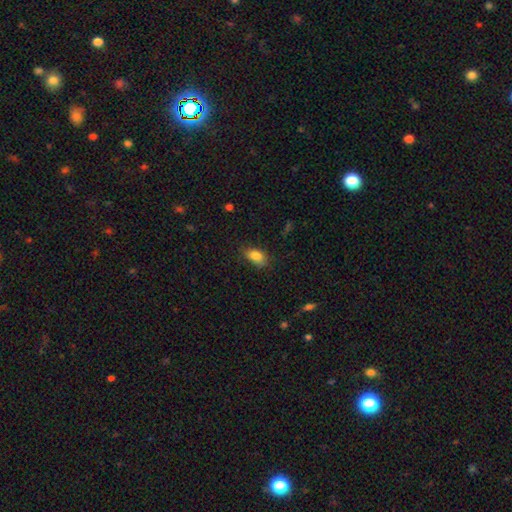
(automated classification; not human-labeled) Overall: smooth (84%). How rounded: in between (88%). Merging: none (72%).